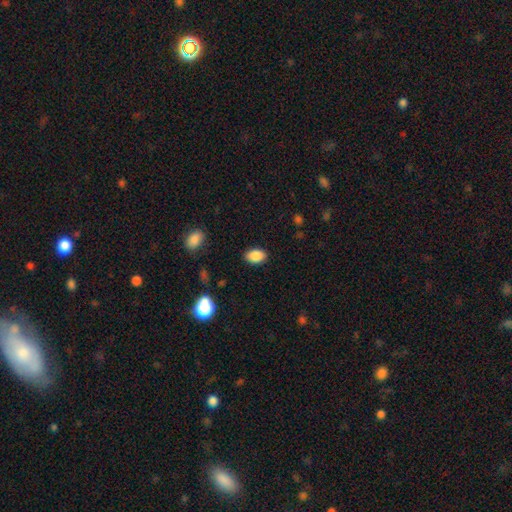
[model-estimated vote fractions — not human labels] The model was most divided on "how rounded": in between: 85%, round: 14%, cigar-shaped: 1%. More confident: smooth or featured — smooth (87%); merging — none (87%).